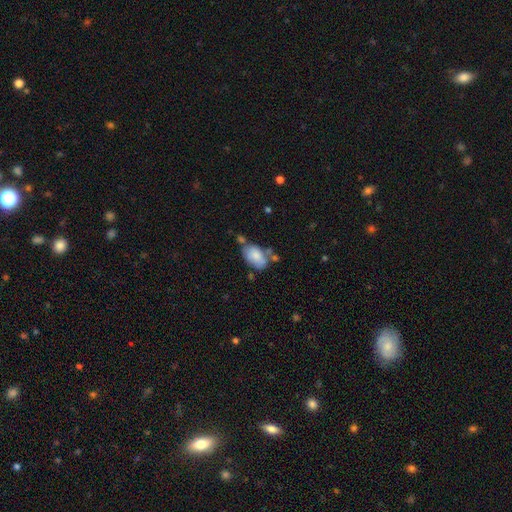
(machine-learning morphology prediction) Smooth or featured? Predicted: smooth (p=0.79). How rounded? Predicted: in between (p=0.92). Merging? Predicted: none (p=0.50).